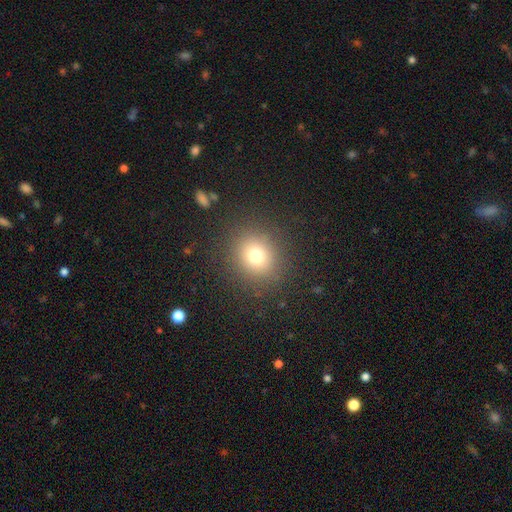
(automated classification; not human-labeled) Q: Smooth or featured?
A: smooth (73%); runner-up: star or artifact (17%)
Q: How rounded?
A: round (87%); runner-up: in between (13%)
Q: Merging?
A: none (88%); runner-up: minor disturbance (7%)